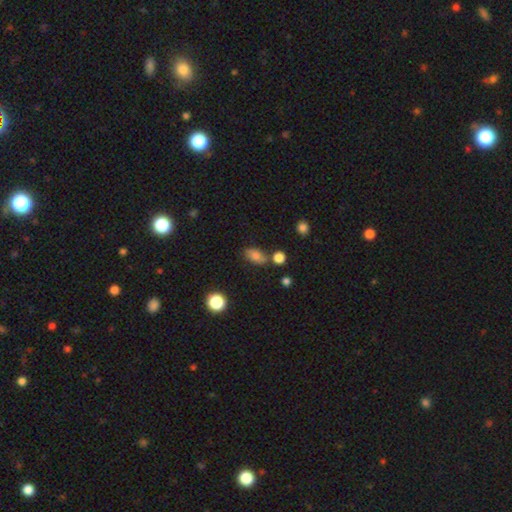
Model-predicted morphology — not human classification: Smooth or featured? Predicted: smooth (p=0.79). How rounded? Predicted: in between (p=0.84). Merging? Predicted: none (p=0.69).